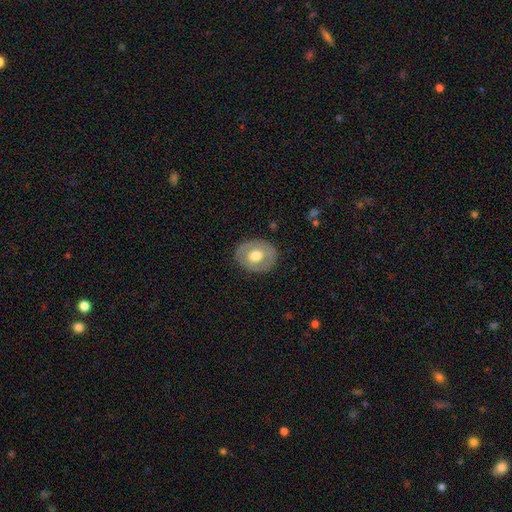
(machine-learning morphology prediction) Smooth or featured?
  - smooth: 52% *
  - featured or disk: 42%
  - star or artifact: 6%
How rounded?
  - round: 51% *
  - in between: 48%
  - cigar-shaped: 1%
Merging?
  - none: 83% *
  - minor disturbance: 12%
  - major disturbance: 4%
  - merger: 1%